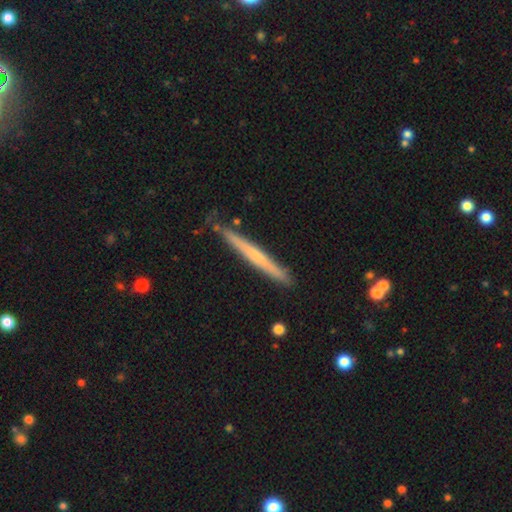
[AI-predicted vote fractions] Smooth or featured? featured or disk (48%)
Merging? none (84%)